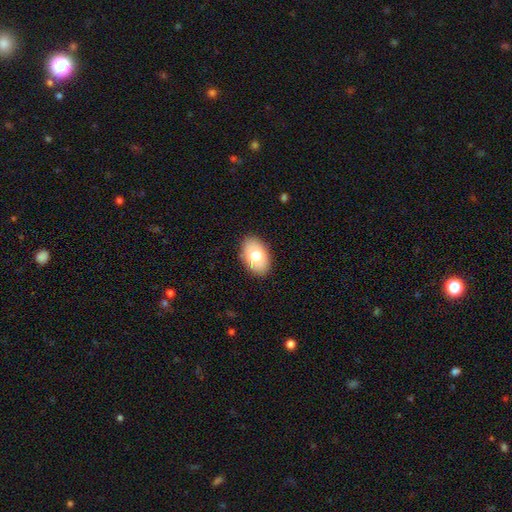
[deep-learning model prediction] Overall: smooth (74%). How rounded: in between (90%). Merging: none (88%).